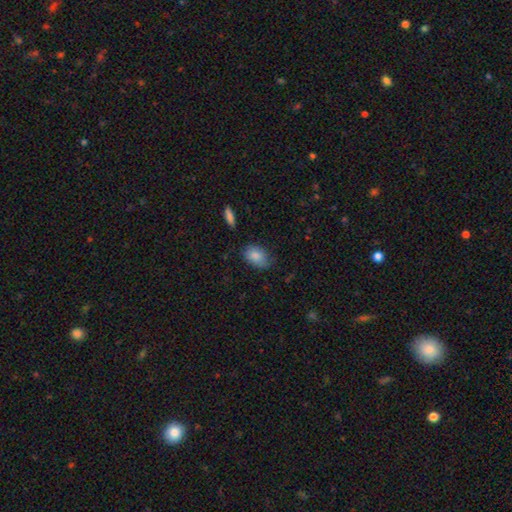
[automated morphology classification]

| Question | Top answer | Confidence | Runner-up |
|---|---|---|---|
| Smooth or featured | smooth | 85% | featured or disk (8%) |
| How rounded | in between | 87% | round (12%) |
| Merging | none | 67% | minor disturbance (26%) |